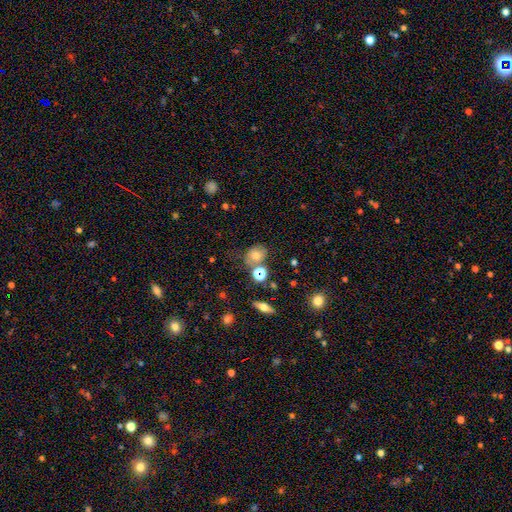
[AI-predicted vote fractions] This is possibly a smooth galaxy (60%). How rounded: possibly round (51%). Merging: possibly none (58%).